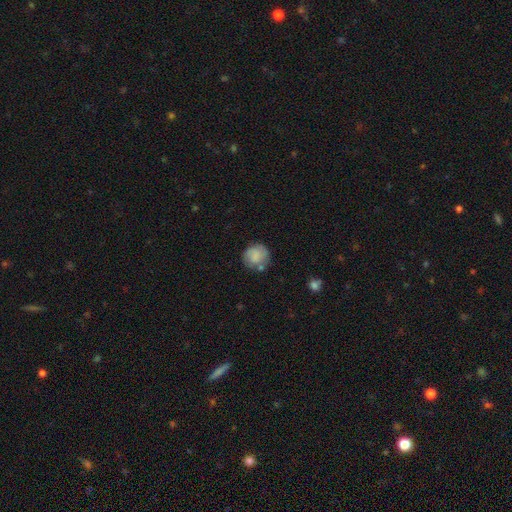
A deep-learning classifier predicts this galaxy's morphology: A smooth galaxy with no disk features (69%) that is round (86%). Merging: none (65%).